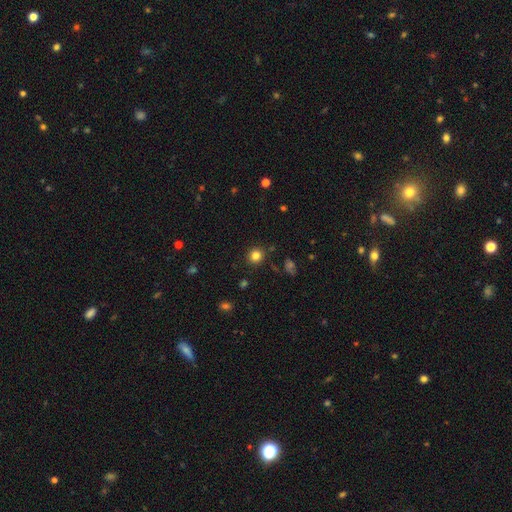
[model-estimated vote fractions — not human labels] Smooth or featured? Predicted: smooth (p=0.82). How rounded? Predicted: round (p=0.89). Merging? Predicted: none (p=0.89).